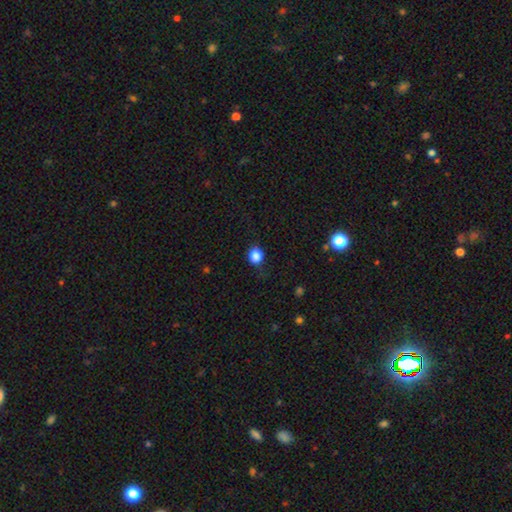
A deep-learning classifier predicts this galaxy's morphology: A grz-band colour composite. It shows a smooth galaxy with no disk features (86%) that is round (78%). Merging: none (81%).